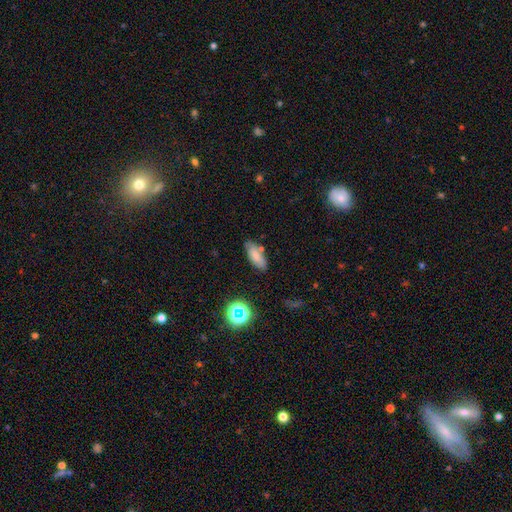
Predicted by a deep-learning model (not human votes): smooth_or_featured: smooth (p=0.77) [alt: featured or disk p=0.12]
how_rounded: in between (p=0.73) [alt: cigar-shaped p=0.23]
merging: none (p=0.73) [alt: minor disturbance p=0.17]